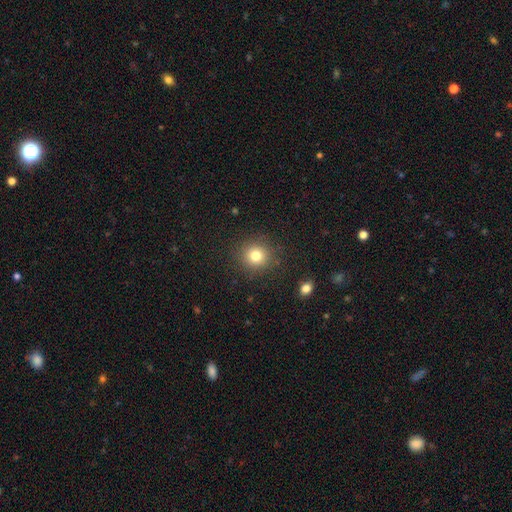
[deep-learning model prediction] Overall: smooth (79%). How rounded: round (91%). Merging: none (89%).